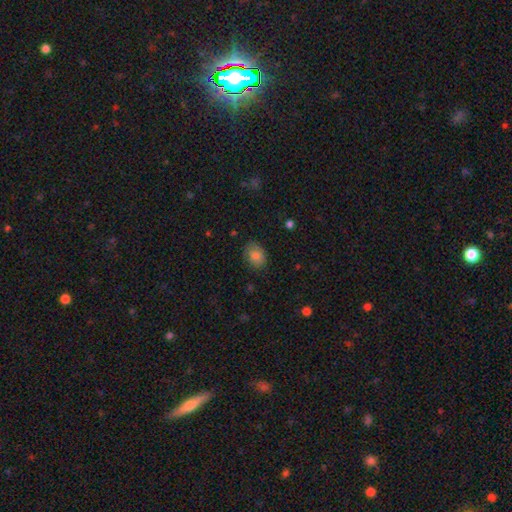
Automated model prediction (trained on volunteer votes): This appears to be a smooth galaxy with no disk features (82%) that is in between round and cigar-shaped (72%). Merging: none (78%).